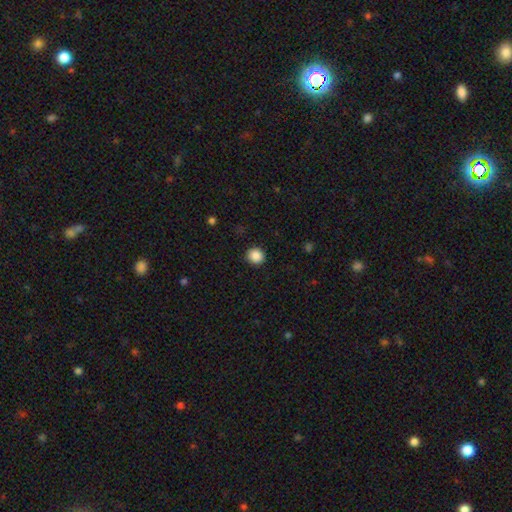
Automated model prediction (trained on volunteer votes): Smooth or featured? Predicted: smooth (p=0.88). How rounded? Predicted: round (p=0.90). Merging? Predicted: none (p=0.90).